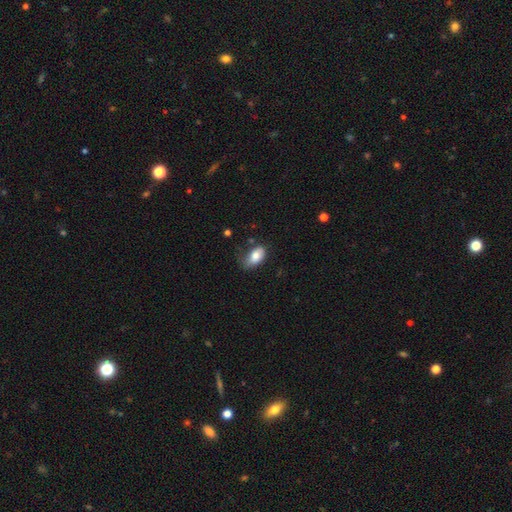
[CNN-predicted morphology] Q: Smooth or featured?
A: smooth (79%); runner-up: featured or disk (14%)
Q: How rounded?
A: in between (92%); runner-up: round (6%)
Q: Merging?
A: none (50%); runner-up: minor disturbance (34%)